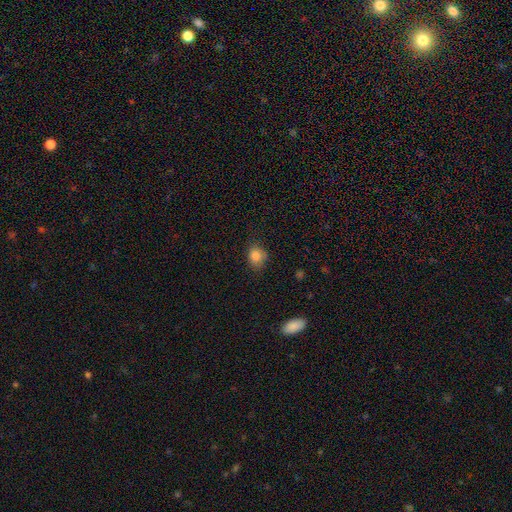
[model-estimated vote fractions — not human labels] A smooth galaxy with no disk features (83%) that is round (62%).

Vote fractions:
- Smooth or featured? smooth: 83% / star or artifact: 11% / featured or disk: 6%
- How rounded? round: 62% / in between: 37% / cigar-shaped: 1%
- Merging? none: 75% / minor disturbance: 20% / major disturbance: 4% / merger: 1%